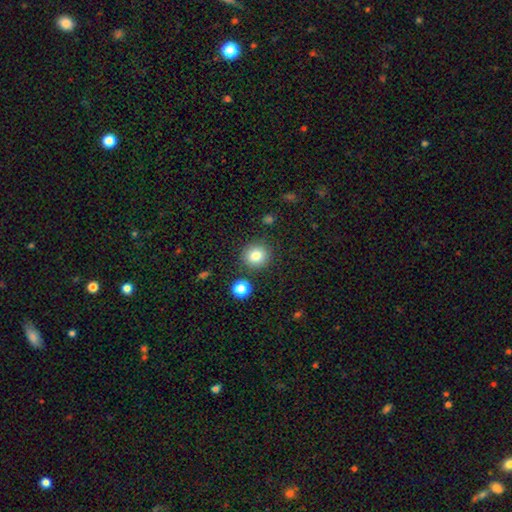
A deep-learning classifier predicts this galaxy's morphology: Smooth or featured? Predicted: smooth (p=0.82). How rounded? Predicted: round (p=0.90). Merging? Predicted: none (p=0.86).